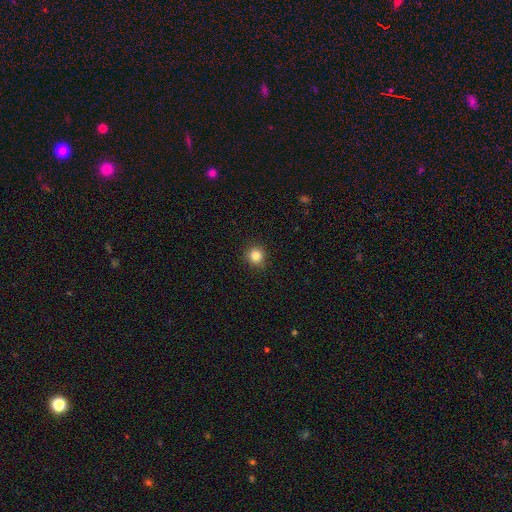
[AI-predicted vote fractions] smooth-or-featured: smooth: 84% | star or artifact: 11% | featured or disk: 5%
  how-rounded: round: 93% | in between: 6% | cigar-shaped: 1%
  merging: none: 90% | minor disturbance: 7% | major disturbance: 2% | merger: 1%